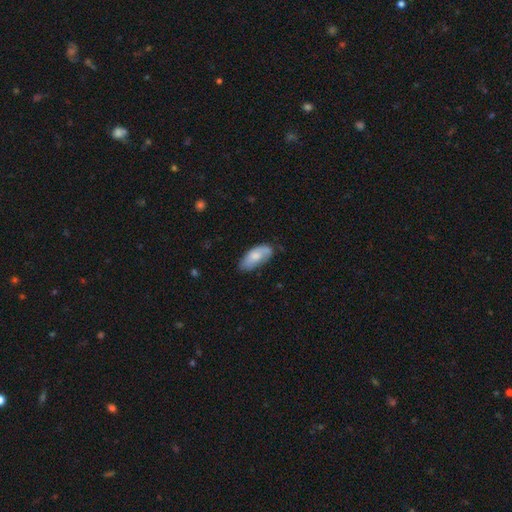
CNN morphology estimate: Smooth or featured?
  - smooth: 73% *
  - featured or disk: 21%
  - star or artifact: 6%
How rounded?
  - in between: 88% *
  - cigar-shaped: 10%
  - round: 2%
Merging?
  - none: 63% *
  - minor disturbance: 29%
  - major disturbance: 6%
  - merger: 2%